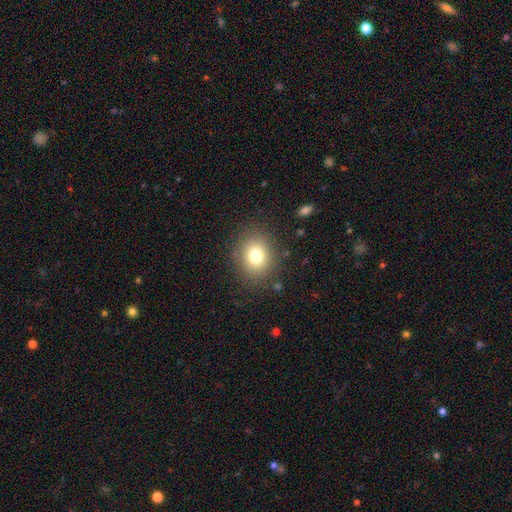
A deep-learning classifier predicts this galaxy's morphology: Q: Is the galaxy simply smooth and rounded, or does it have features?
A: smooth — 77%.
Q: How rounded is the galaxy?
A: round — 65%.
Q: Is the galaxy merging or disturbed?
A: none — 85%.